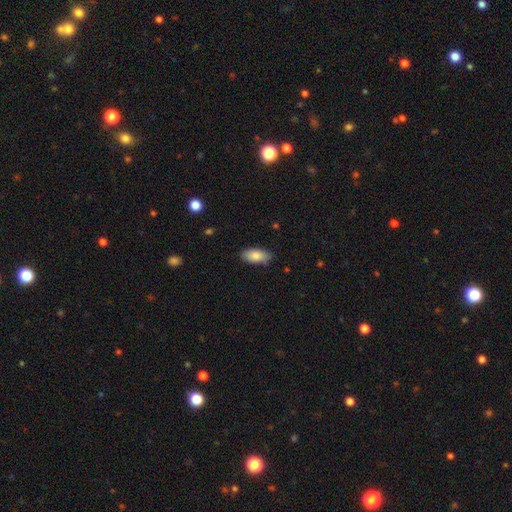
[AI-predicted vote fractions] The model was most divided on "merging": none: 84%, minor disturbance: 13%, major disturbance: 2%, merger: 1%. More confident: how rounded — in between (90%); smooth or featured — smooth (84%).